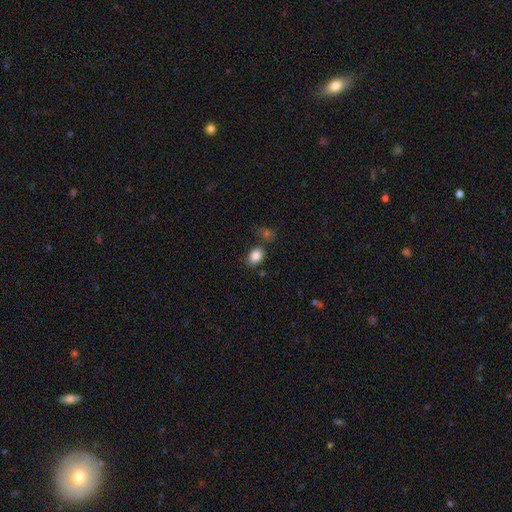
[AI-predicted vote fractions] Morphology: type=smooth (86%); roundness=in between (76%); merging=none (71%).